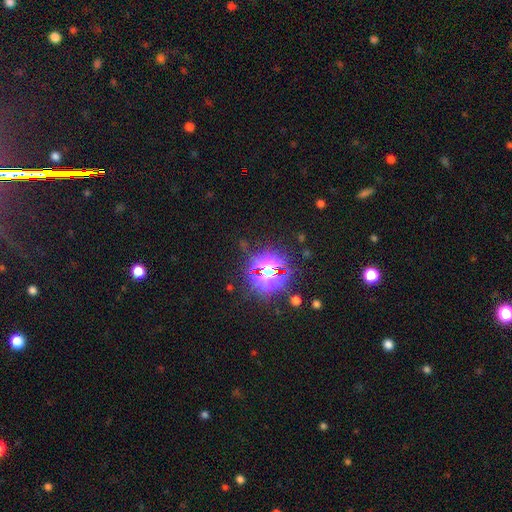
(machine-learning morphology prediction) This is clearly a star or artifact rather than a galaxy (82%).